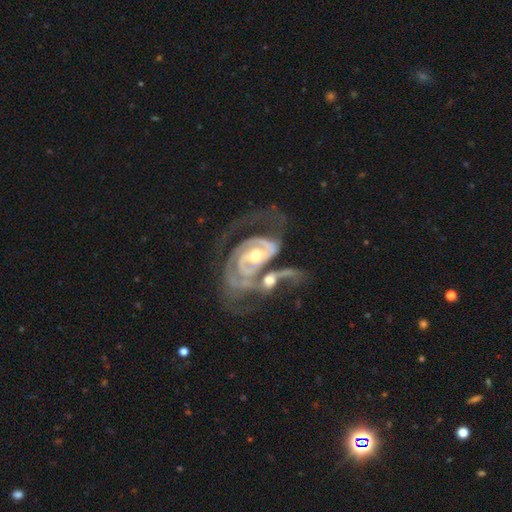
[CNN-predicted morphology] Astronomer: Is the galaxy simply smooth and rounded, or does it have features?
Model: featured or disk — 90%.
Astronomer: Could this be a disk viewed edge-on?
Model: no — 97%.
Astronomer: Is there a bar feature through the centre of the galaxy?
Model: no — 49% (runner-up: weak, 35%).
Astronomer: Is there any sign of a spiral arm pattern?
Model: yes — 95%.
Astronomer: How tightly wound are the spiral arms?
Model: tight — 54% (runner-up: medium, 34%).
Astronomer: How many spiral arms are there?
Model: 2 — 63%.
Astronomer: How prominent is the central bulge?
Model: moderate — 63%.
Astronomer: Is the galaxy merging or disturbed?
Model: merger — 49%.